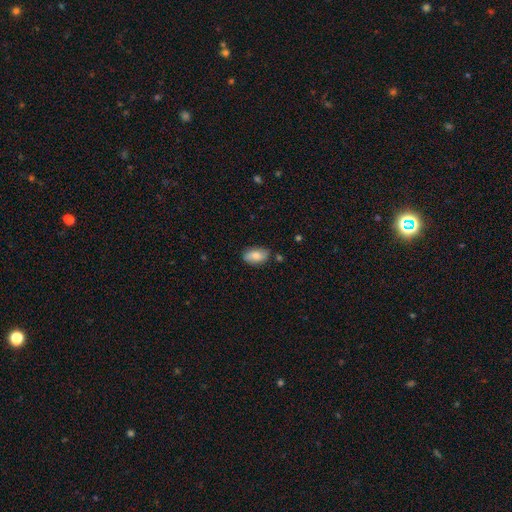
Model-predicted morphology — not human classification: A smooth galaxy with no disk features (79%) that is in between round and cigar-shaped (92%). Merging: none (78%).